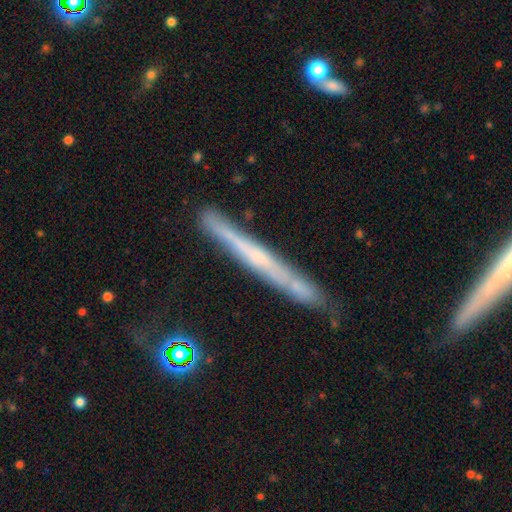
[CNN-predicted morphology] Smooth or featured? featured or disk (66%)
Edge-on disk? yes (94%)
Edge-on bulge? none (68%)
Merging? none (79%)